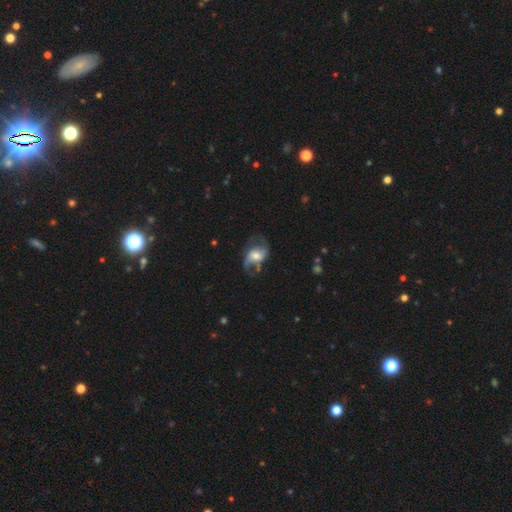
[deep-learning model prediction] A featured or disk galaxy (68%) with no bar (49%), 2 (86%) loose (55%) spiral arms (86%) and a moderate central bulge (54%). Merging: none (56%).